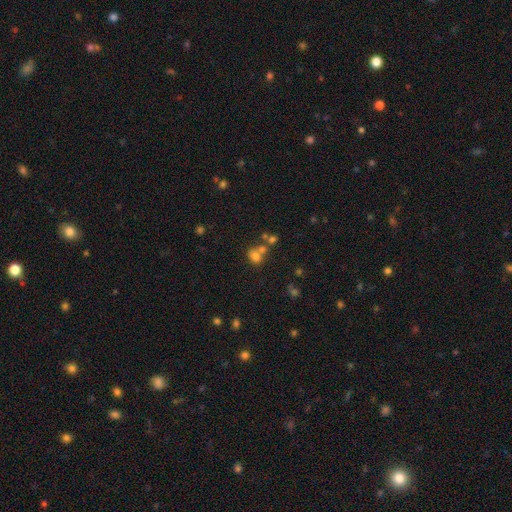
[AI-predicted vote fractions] smooth_or_featured: smooth (p=0.70) [alt: star or artifact p=0.18]
how_rounded: in between (p=0.51) [alt: round p=0.48]
merging: none (p=0.43) [alt: merger p=0.40]